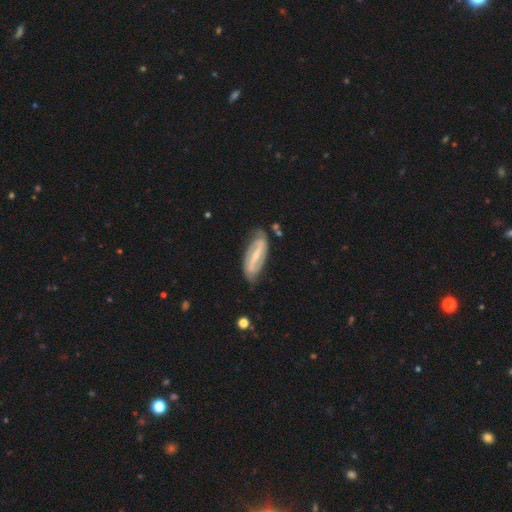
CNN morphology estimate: Q: Smooth or featured?
A: featured or disk (77%); runner-up: smooth (17%)
Q: Edge-on disk?
A: no (87%); runner-up: yes (13%)
Q: Bar?
A: strong (62%); runner-up: weak (28%)
Q: Spiral arms?
A: yes (87%); runner-up: no (13%)
Q: Spiral winding?
A: medium (39%); runner-up: tight (31%)
Q: Spiral arm count?
A: 2 (83%); runner-up: can't tell (11%)
Q: Bulge size?
A: small (58%); runner-up: moderate (24%)
Q: Merging?
A: none (72%); runner-up: minor disturbance (20%)